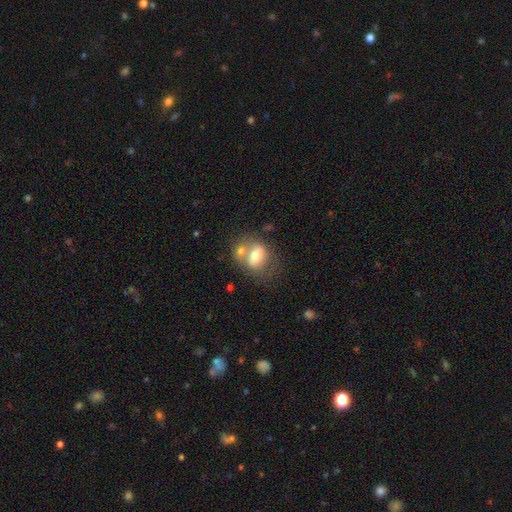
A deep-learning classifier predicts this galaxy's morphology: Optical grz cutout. It shows a smooth galaxy with no disk features (63%) that is in between round and cigar-shaped (60%). Merging: merger (43%).